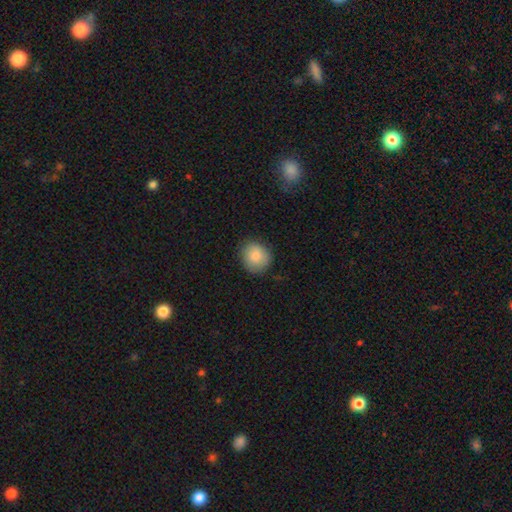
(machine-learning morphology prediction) This is clearly a smooth galaxy (87%). How rounded: clearly round (84%). Merging: clearly none (85%).